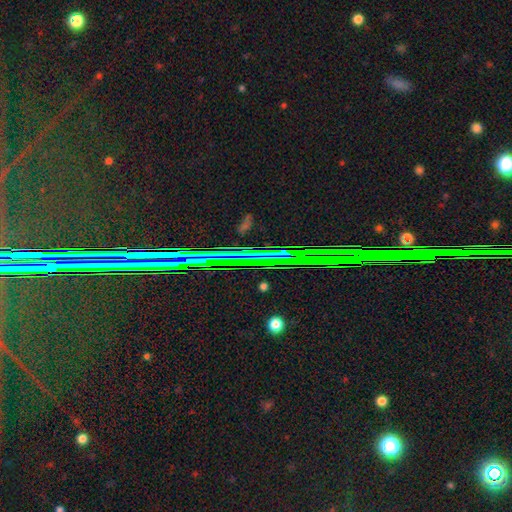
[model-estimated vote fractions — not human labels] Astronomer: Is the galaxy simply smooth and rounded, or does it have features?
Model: star or artifact — 85%.